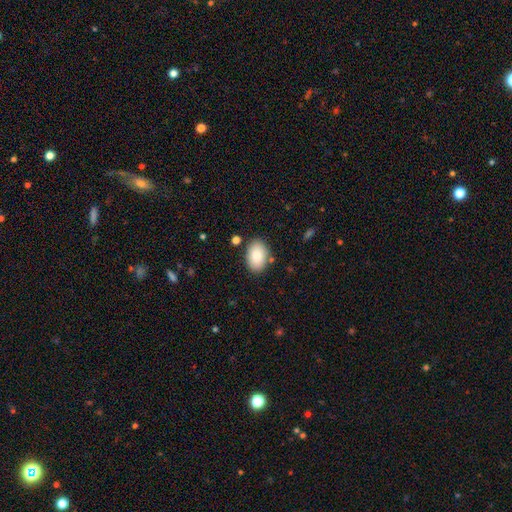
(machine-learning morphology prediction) smooth_or_featured: smooth (p=0.83) [alt: featured or disk p=0.10]
how_rounded: in between (p=0.88) [alt: round p=0.11]
merging: none (p=0.83) [alt: minor disturbance p=0.11]